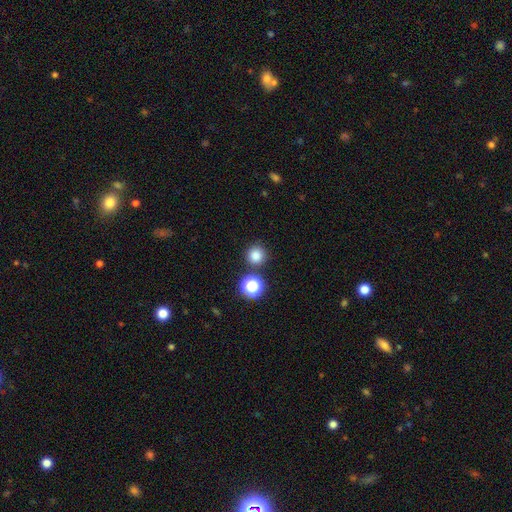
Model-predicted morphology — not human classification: smooth_or_featured: smooth (p=0.80) [alt: star or artifact p=0.15]
how_rounded: round (p=0.95) [alt: in between p=0.04]
merging: none (p=0.84) [alt: merger p=0.07]